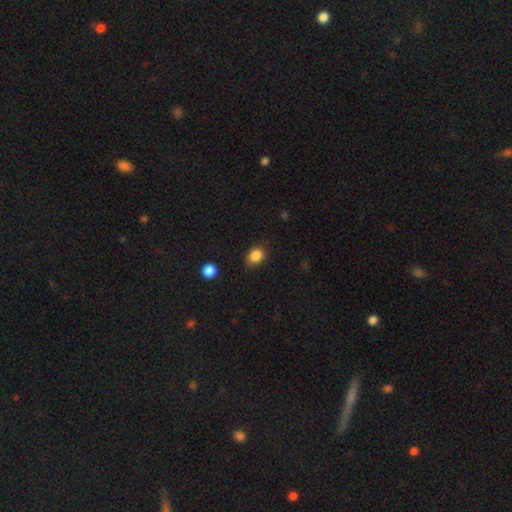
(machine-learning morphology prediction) type=smooth (85%); roundness=in between (58%); merging=none (79%).